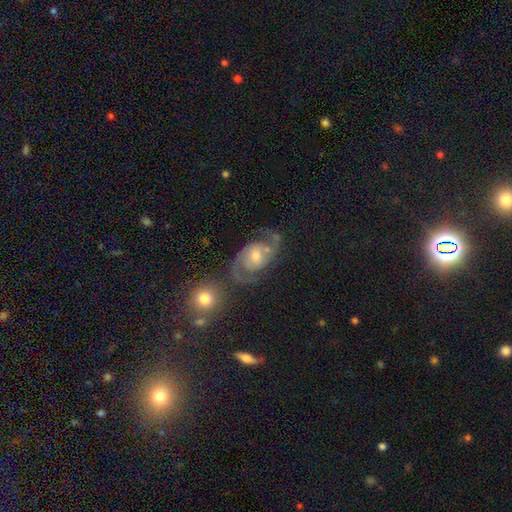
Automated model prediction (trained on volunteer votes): smooth-or-featured: featured or disk: 82% | smooth: 10% | star or artifact: 8%
  disk-edge-on: no: 97% | yes: 3%
    bar: no: 58% | weak: 35% | strong: 8%
    has-spiral-arms: yes: 95% | no: 5%
      spiral-winding: medium: 52% | tight: 28% | loose: 20%
      spiral-arm-count: 2: 88% | can't tell: 6% | 1: 2% | 3: 2% | 4: 1% | more than 4: 1%
    bulge-size: moderate: 51% | small: 42% | large: 4% | none: 2% | dominant: 1%
  merging: none: 62% | minor disturbance: 18% | major disturbance: 12% | merger: 9%